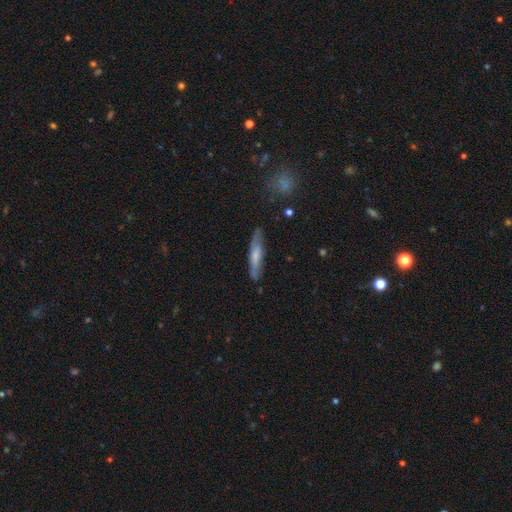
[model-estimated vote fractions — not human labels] smooth 54%, featured or disk 39%, star or artifact 6%. Down the decision tree: how rounded — cigar-shaped (86%); merging — none (79%).